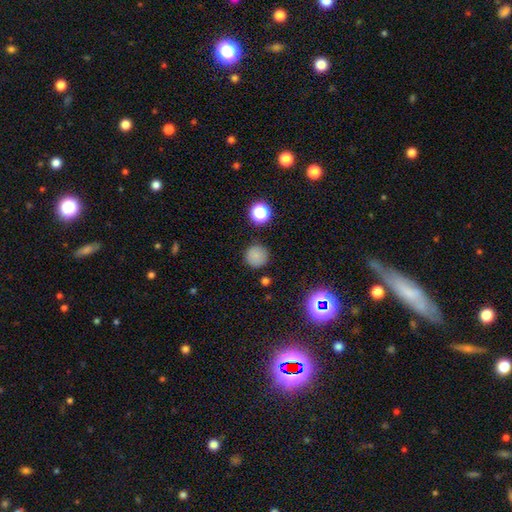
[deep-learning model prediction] Q: Smooth or featured?
A: smooth (80%); runner-up: star or artifact (15%)
Q: How rounded?
A: round (95%); runner-up: in between (4%)
Q: Merging?
A: none (86%); runner-up: minor disturbance (9%)